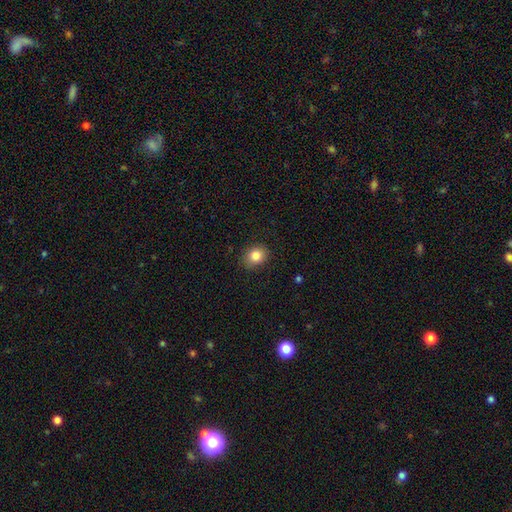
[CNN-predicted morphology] smooth_or_featured: smooth (p=0.84) [alt: star or artifact p=0.10]
how_rounded: round (p=0.58) [alt: in between p=0.42]
merging: none (p=0.85) [alt: minor disturbance p=0.11]